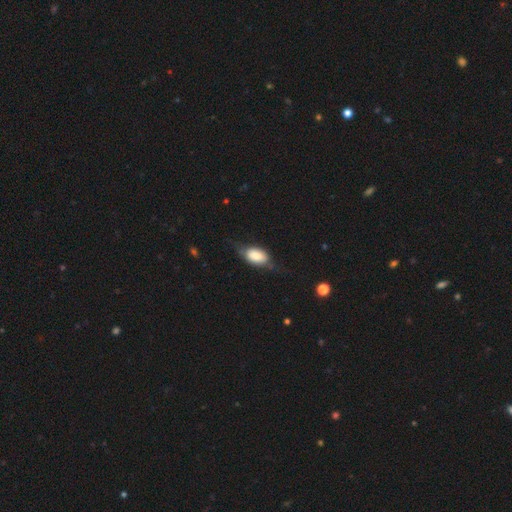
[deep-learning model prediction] Overall: smooth (68%). How rounded: in between (88%). Merging: none (55%; minor disturbance 29%).